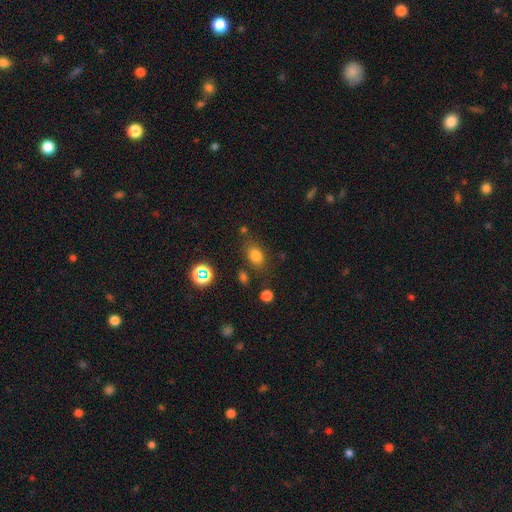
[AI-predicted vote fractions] A smooth galaxy with no disk features (75%) that is in between round and cigar-shaped (69%).

Vote fractions:
- Smooth or featured? smooth: 75% / star or artifact: 16% / featured or disk: 9%
- How rounded? in between: 69% / round: 29% / cigar-shaped: 2%
- Merging? none: 74% / minor disturbance: 15% / merger: 6% / major disturbance: 6%